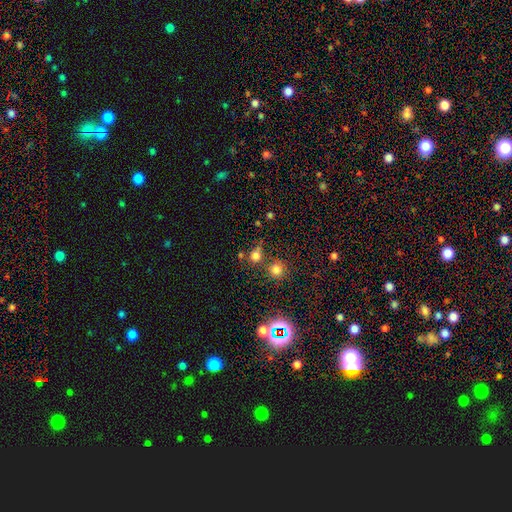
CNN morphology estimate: A smooth galaxy with no disk features (69%) that is round (86%).

Vote fractions:
- Smooth or featured? smooth: 69% / star or artifact: 24% / featured or disk: 7%
- How rounded? round: 86% / in between: 12% / cigar-shaped: 1%
- Merging? none: 62% / merger: 21% / minor disturbance: 11% / major disturbance: 6%